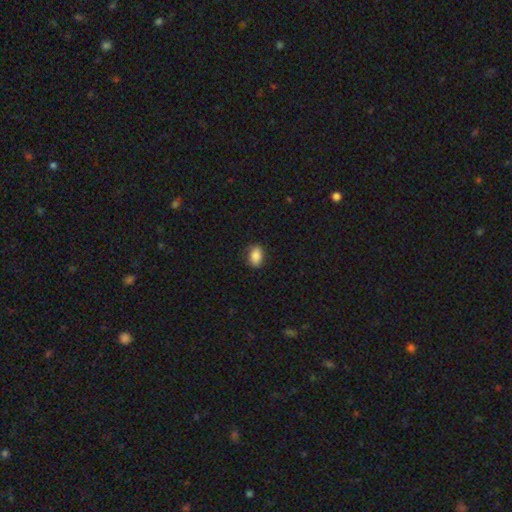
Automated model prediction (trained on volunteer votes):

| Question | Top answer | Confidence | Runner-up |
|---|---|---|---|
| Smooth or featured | smooth | 86% | star or artifact (8%) |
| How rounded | in between | 83% | round (16%) |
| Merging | none | 85% | minor disturbance (11%) |